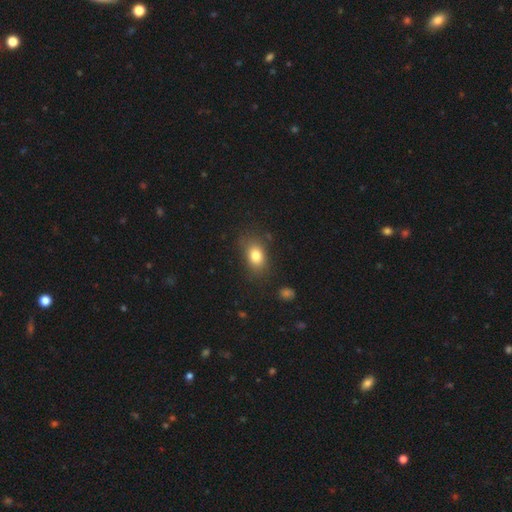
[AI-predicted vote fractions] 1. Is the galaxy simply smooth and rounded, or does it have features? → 80% smooth, 10% star or artifact, 10% featured or disk.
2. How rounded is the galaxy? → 76% in between, 22% round, 2% cigar-shaped.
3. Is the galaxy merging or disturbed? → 77% none, 16% minor disturbance, 5% major disturbance, 2% merger.